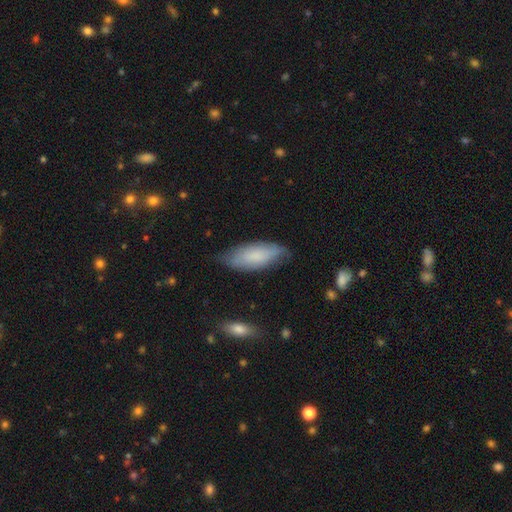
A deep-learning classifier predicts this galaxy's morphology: A smooth galaxy with no disk features (77%) that is in between round and cigar-shaped (77%). Merging: none (68%).